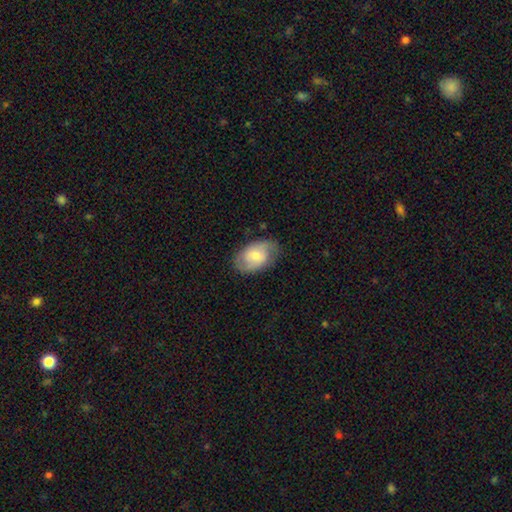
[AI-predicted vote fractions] smooth_or_featured: smooth (p=0.50) [alt: featured or disk p=0.44]
merging: none (p=0.76) [alt: minor disturbance p=0.18]